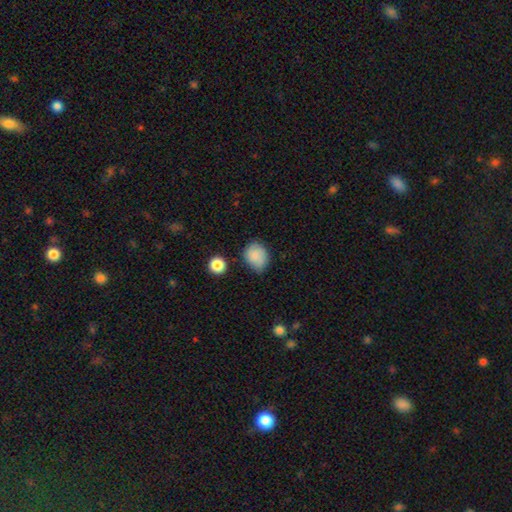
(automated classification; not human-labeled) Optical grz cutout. It shows a smooth galaxy with no disk features (84%) that is round (57%). Merging: none (66%).